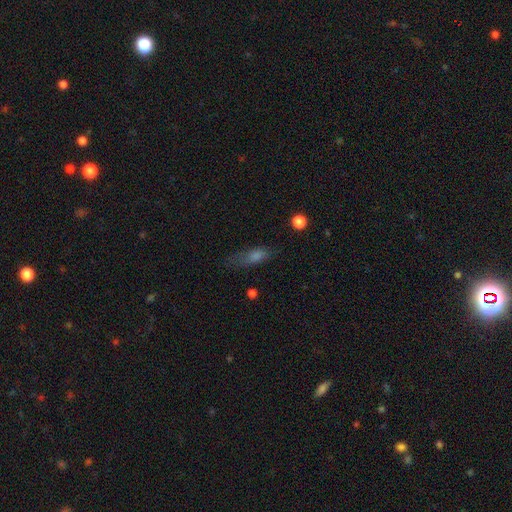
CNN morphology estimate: This is likely a smooth galaxy (62%). How rounded: possibly in between (50%). Merging: likely none (60%).